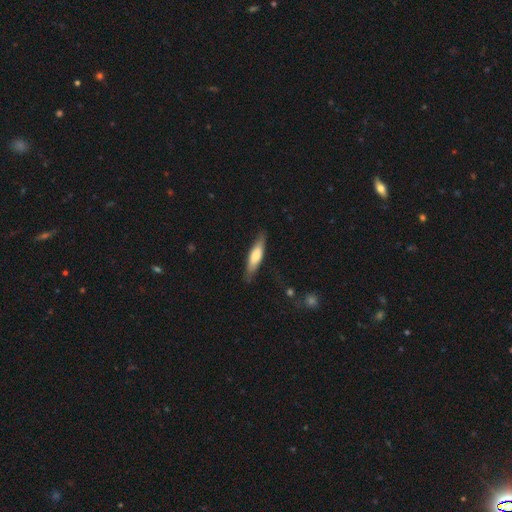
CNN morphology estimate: smooth 64%, featured or disk 30%, star or artifact 5%. Down the decision tree: how rounded — cigar-shaped (71%); merging — none (83%).